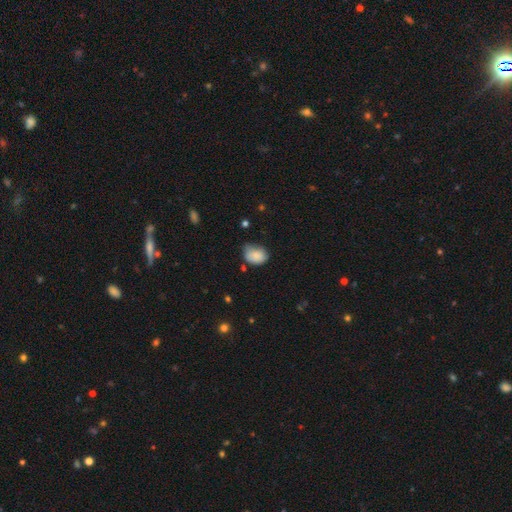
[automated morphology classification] A smooth galaxy with no disk features (84%) that is in between round and cigar-shaped (62%).

Vote fractions:
- Smooth or featured? smooth: 84% / star or artifact: 8% / featured or disk: 8%
- How rounded? in between: 62% / round: 37% / cigar-shaped: 1%
- Merging? none: 46% / minor disturbance: 41% / major disturbance: 9% / merger: 3%